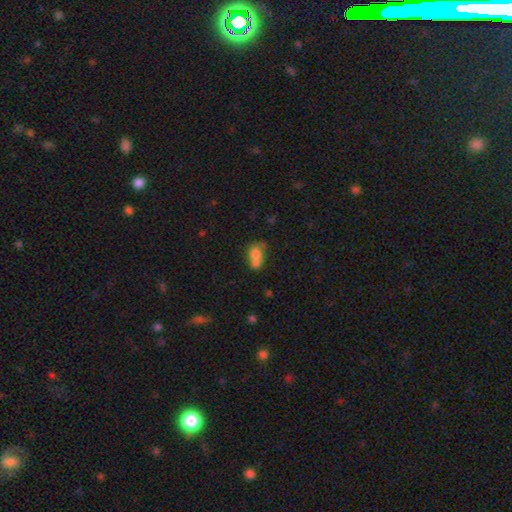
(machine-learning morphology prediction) Smooth or featured? Predicted: smooth (p=0.69). How rounded? Predicted: in between (p=0.53). Merging? Predicted: merger (p=0.62).